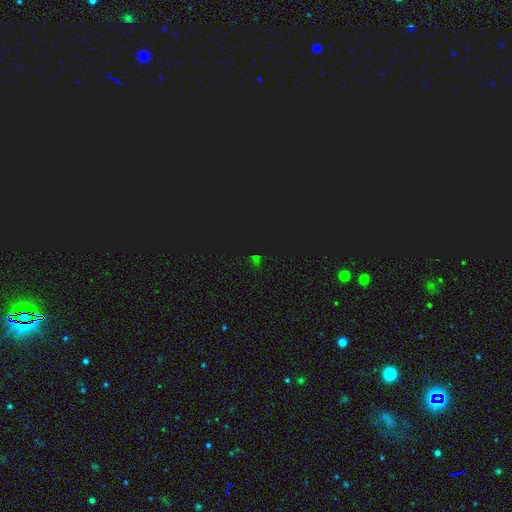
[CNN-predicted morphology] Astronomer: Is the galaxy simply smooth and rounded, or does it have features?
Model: star or artifact — 73%.